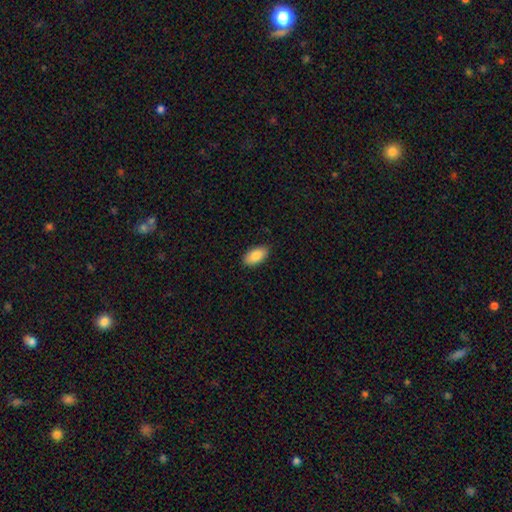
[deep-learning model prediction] Smooth or featured: smooth — 86% (featured or disk — 7%)
How rounded: in between — 94% (round — 3%)
Merging: none — 85% (minor disturbance — 12%)